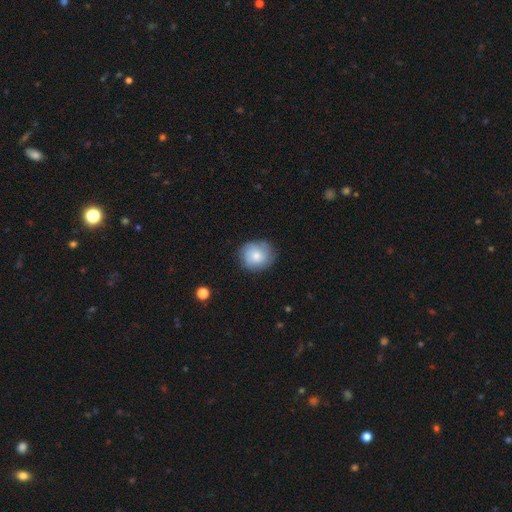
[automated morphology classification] This appears to be a smooth galaxy with no disk features (68%) that is round (81%). Merging: none (78%).